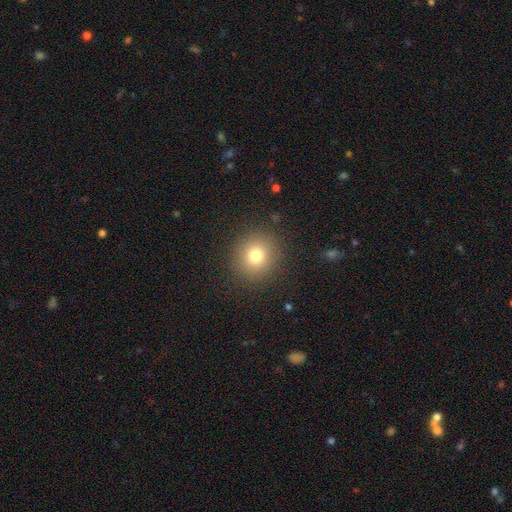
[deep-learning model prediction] A smooth galaxy with no disk features (77%) that is round (91%). Merging: none (89%).